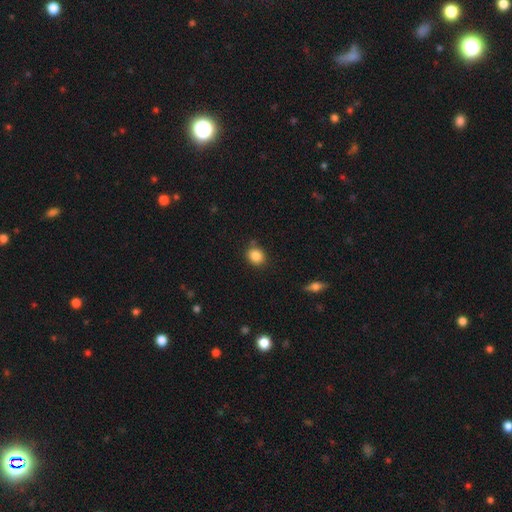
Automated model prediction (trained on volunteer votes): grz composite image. It shows a smooth galaxy with no disk features (86%) that is round (66%). Merging: none (79%).